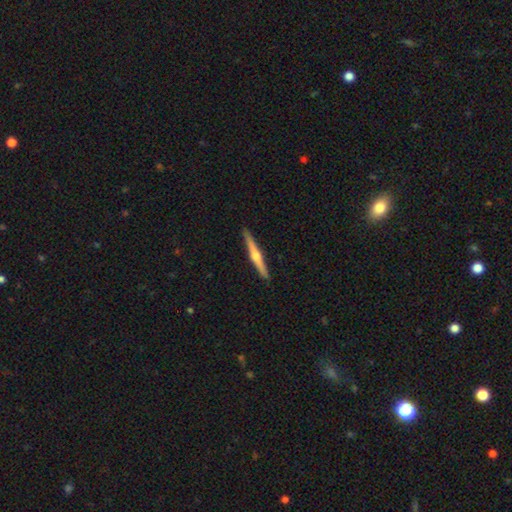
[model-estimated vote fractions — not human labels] A featured or disk galaxy (72%) viewed edge-on (98%) with a rounded central bulge (92%).

Vote fractions:
- Smooth or featured? featured or disk: 72% / smooth: 23% / star or artifact: 5%
- Edge-on disk? yes: 98% / no: 2%
- Edge-on bulge? rounded: 92% / none: 5% / boxy: 3%
- Merging? none: 92% / minor disturbance: 6% / major disturbance: 1% / merger: 1%